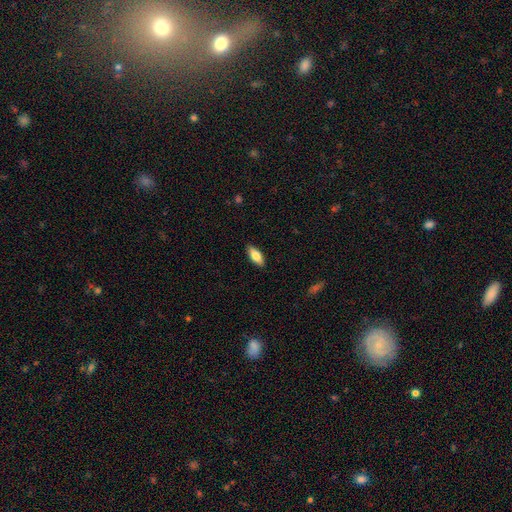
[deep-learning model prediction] smooth-or-featured: smooth: 80% | featured or disk: 14% | star or artifact: 6%
  how-rounded: in between: 81% | cigar-shaped: 17% | round: 2%
  merging: none: 89% | minor disturbance: 8% | major disturbance: 2% | merger: 1%